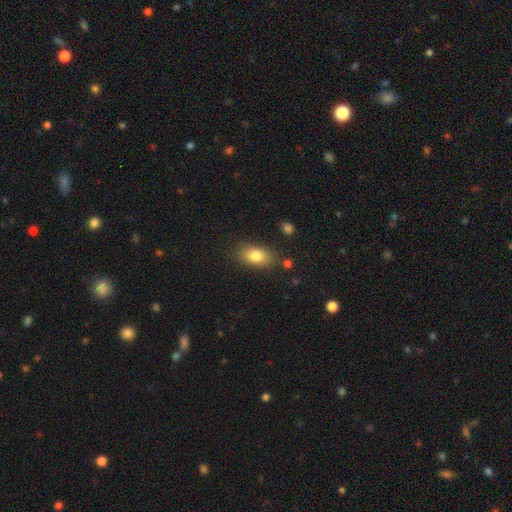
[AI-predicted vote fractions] Morphology: type=smooth (81%); roundness=in between (87%); merging=none (82%).